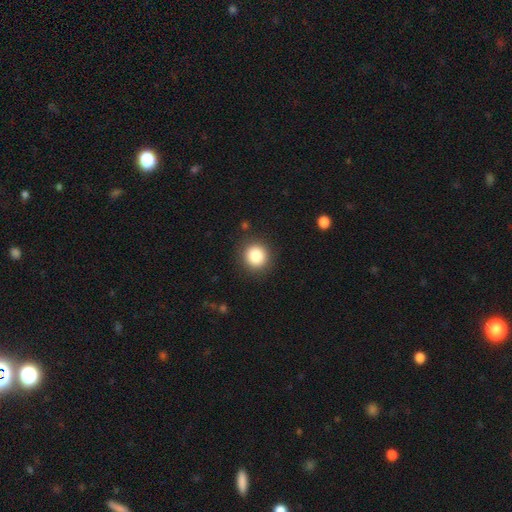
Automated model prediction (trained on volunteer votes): Smooth or featured?
  - smooth: 85% *
  - star or artifact: 10%
  - featured or disk: 5%
How rounded?
  - round: 91% *
  - in between: 8%
  - cigar-shaped: 1%
Merging?
  - none: 89% *
  - minor disturbance: 7%
  - major disturbance: 2%
  - merger: 1%